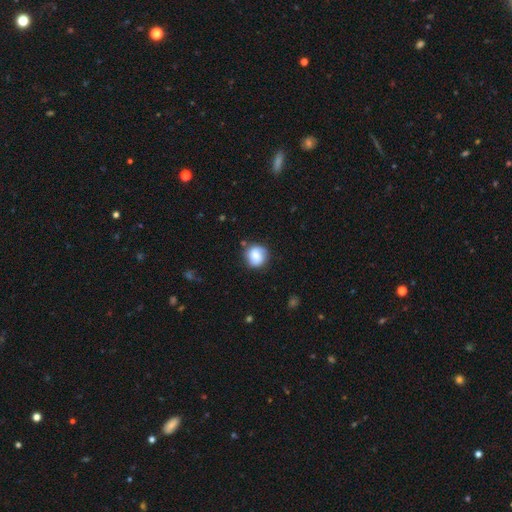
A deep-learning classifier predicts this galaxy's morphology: This appears to be a smooth galaxy with no disk features (61%) that is round (86%). Merging: none (75%).